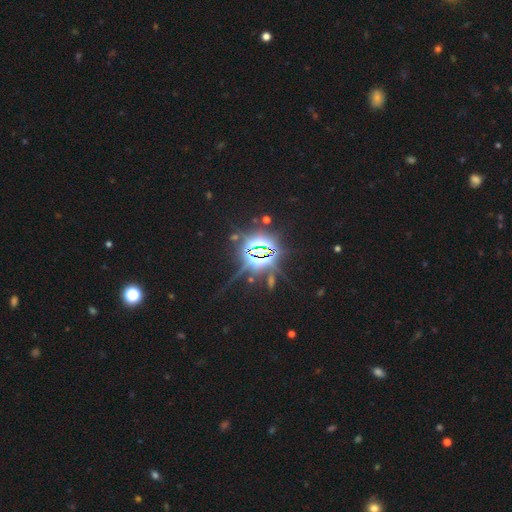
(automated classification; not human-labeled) smooth-or-featured: star or artifact: 83% | smooth: 9% | featured or disk: 8%